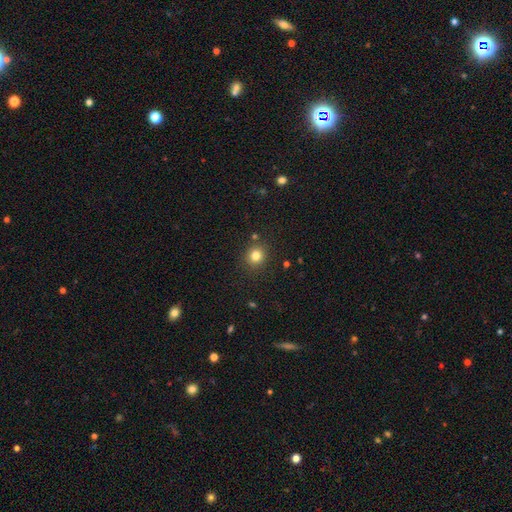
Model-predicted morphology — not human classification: smooth 81%, star or artifact 13%, featured or disk 6%. Down the decision tree: how rounded — round (85%); merging — none (86%).